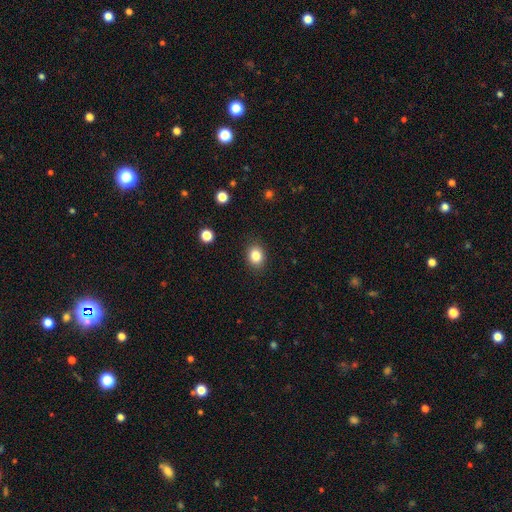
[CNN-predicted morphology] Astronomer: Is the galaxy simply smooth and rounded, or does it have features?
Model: smooth — 84%.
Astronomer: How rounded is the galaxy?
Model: round — 52% (runner-up: in between, 47%).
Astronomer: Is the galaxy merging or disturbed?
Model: none — 88%.